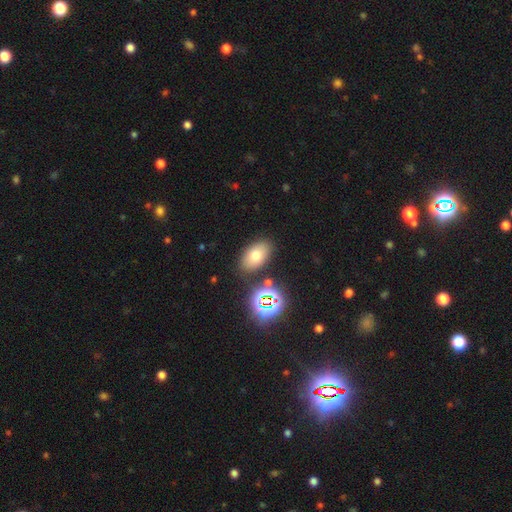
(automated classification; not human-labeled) smooth_or_featured: smooth (p=0.70) [alt: star or artifact p=0.16]
how_rounded: in between (p=0.89) [alt: round p=0.10]
merging: none (p=0.82) [alt: minor disturbance p=0.10]